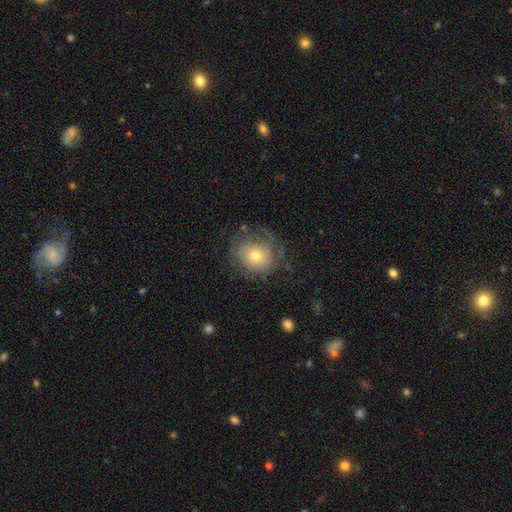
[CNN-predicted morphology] The model was most divided on "bulge size": moderate: 47%, small: 44%, large: 6%, dominant: 2%, none: 1%. More confident: edge-on disk — no (97%); bar — no (83%); spiral arms — yes (75%); merging — none (62%); smooth or featured — featured or disk (53%).